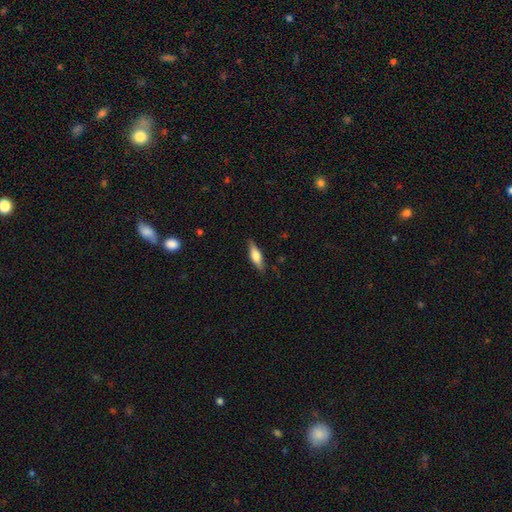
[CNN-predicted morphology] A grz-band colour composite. It shows a smooth galaxy with no disk features (56%) that is cigar-shaped (53%). Merging: none (84%).